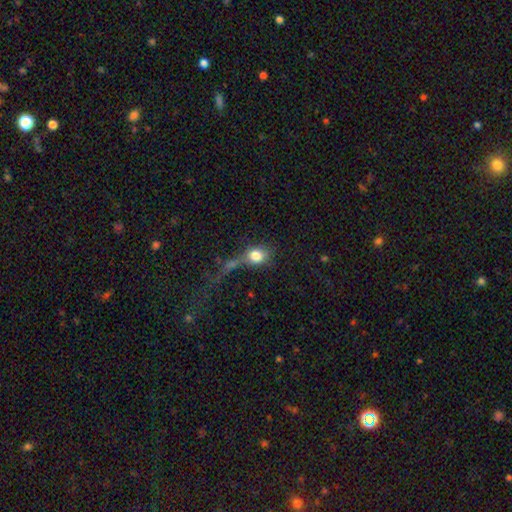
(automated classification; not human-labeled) Overall: smooth (76%). How rounded: round (58%; in between 38%). Merging: none (33%; major disturbance 32%).